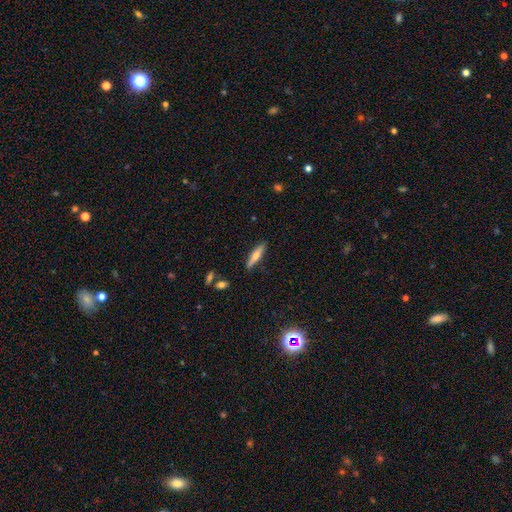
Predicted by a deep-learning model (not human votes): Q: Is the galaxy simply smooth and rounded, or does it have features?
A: smooth — 55%.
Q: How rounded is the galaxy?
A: cigar-shaped — 81%.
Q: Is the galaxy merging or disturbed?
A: none — 87%.